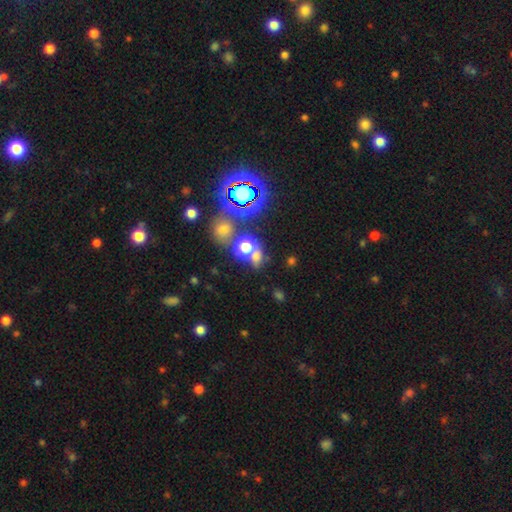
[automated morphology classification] This is possibly a smooth galaxy (58%). How rounded: likely round (65%). Merging: possibly none (48%).